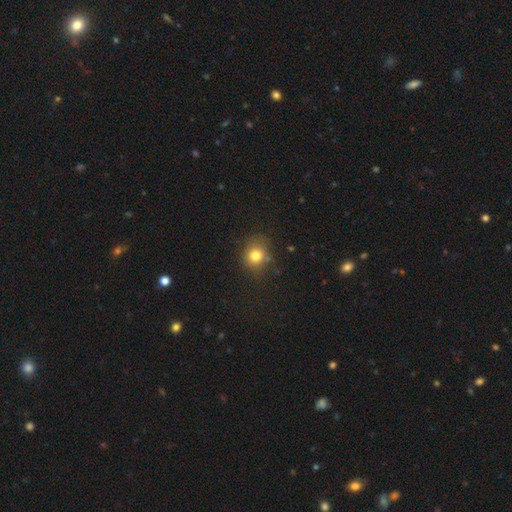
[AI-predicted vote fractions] Overall: smooth (79%). How rounded: round (72%). Merging: none (75%).